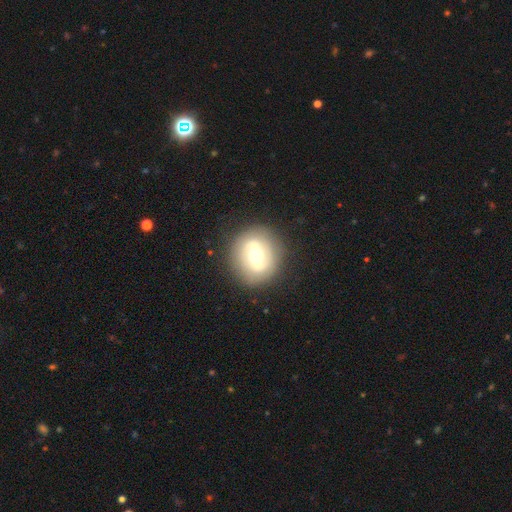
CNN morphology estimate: Overall: featured or disk (67%; smooth 27%). Edge-on disk: no (96%). Bar: weak (38%, tied with strong). Spiral arms: yes (61%; no 39%). Bulge size: moderate (71%). Merging: none (83%).